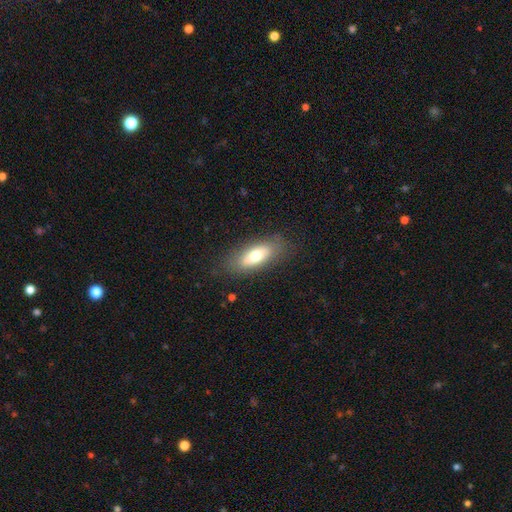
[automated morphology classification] A smooth galaxy with no disk features (67%) that is in between round and cigar-shaped (76%).

Vote fractions:
- Smooth or featured? smooth: 67% / featured or disk: 26% / star or artifact: 7%
- How rounded? in between: 76% / cigar-shaped: 21% / round: 3%
- Merging? none: 80% / minor disturbance: 13% / major disturbance: 5% / merger: 1%